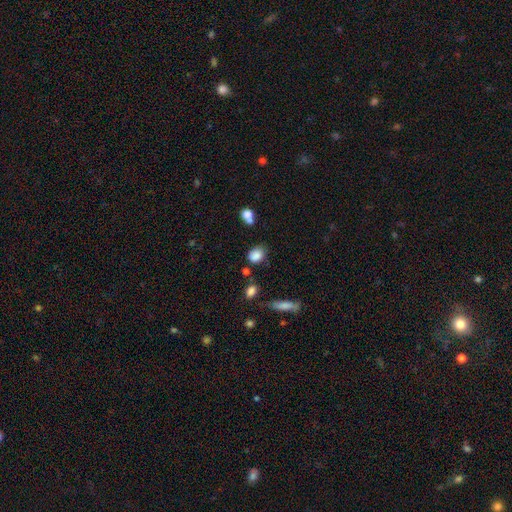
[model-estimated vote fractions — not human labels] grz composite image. It shows a smooth galaxy with no disk features (84%) that is in between round and cigar-shaped (54%). Merging: none (64%).